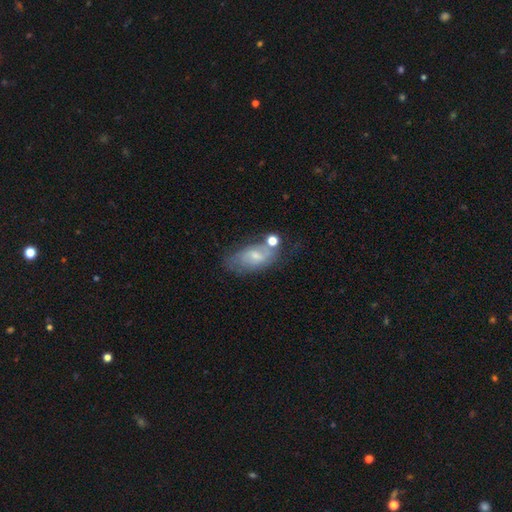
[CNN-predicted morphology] The model was most divided on "bar": weak: 48%, no: 40%, strong: 12%. Remaining: edge-on disk — no (93%); spiral arms — yes (74%); bulge size — small (58%); smooth or featured — featured or disk (55%); merging — none (45%).